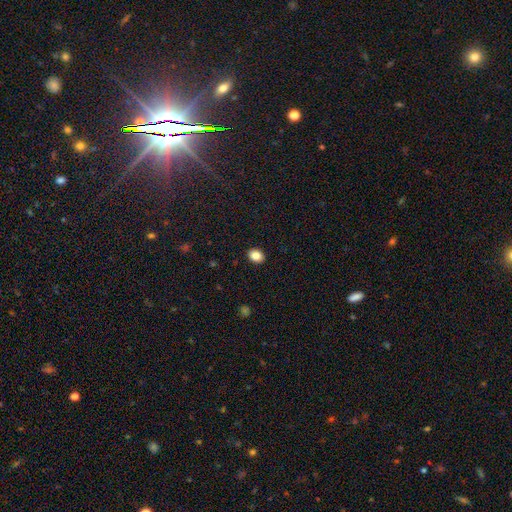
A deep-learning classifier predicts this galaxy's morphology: This appears to be a smooth galaxy with no disk features (86%) that is in between round and cigar-shaped (56%). Merging: none (91%).